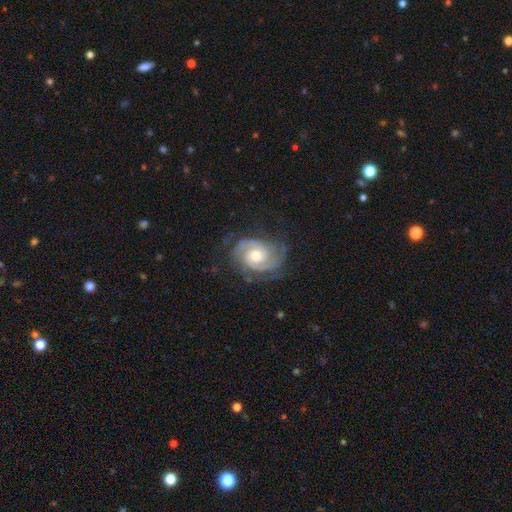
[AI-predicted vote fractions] A featured or disk galaxy (88%) with no bar (69%), 2 (60%) tight (59%) spiral arms (97%) and a moderate central bulge (69%).

Vote fractions:
- Smooth or featured? featured or disk: 88% / smooth: 7% / star or artifact: 5%
- Edge-on disk? no: 98% / yes: 2%
- Bar? no: 69% / weak: 26% / strong: 5%
- Spiral arms? yes: 97% / no: 3%
- Spiral winding? tight: 59% / medium: 34% / loose: 7%
- Spiral arm count? 2: 60% / 3: 17% / can't tell: 13% / 1: 4% / 4: 3% / more than 4: 3%
- Bulge size? moderate: 69% / small: 24% / large: 5% / none: 1% / dominant: 1%
- Merging? none: 71% / minor disturbance: 19% / major disturbance: 9% / merger: 1%